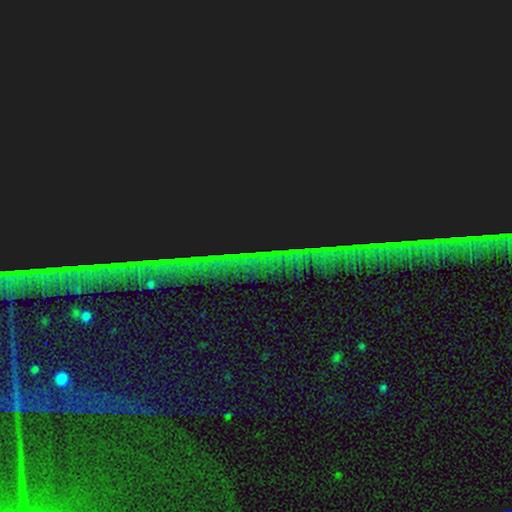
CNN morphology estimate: type=star or artifact (85%).